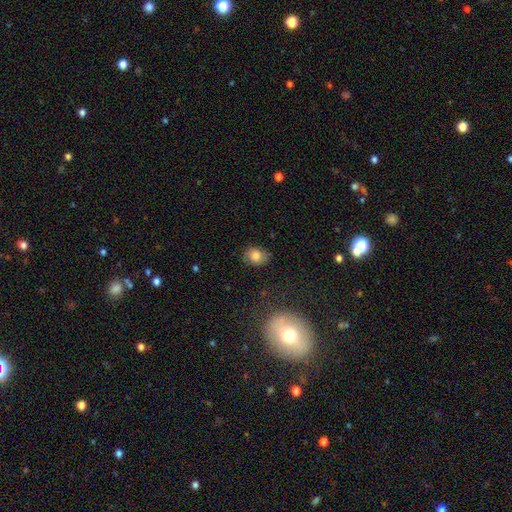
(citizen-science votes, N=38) Q: Smooth or featured?
A: smooth (87%); runner-up: featured or disk (8%)
Q: How rounded?
A: round (64%); runner-up: in between (36%)
Q: Merging?
A: none (72%); runner-up: minor disturbance (28%)